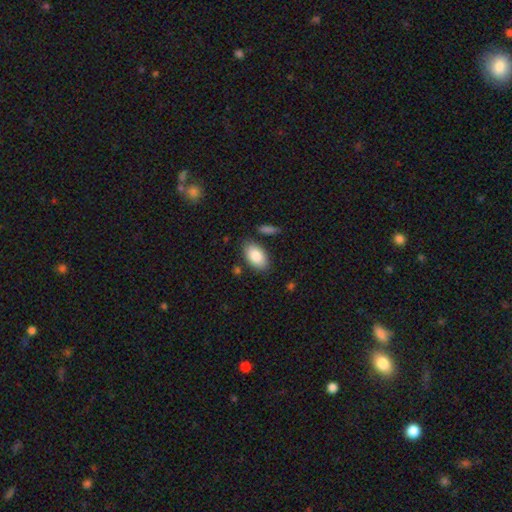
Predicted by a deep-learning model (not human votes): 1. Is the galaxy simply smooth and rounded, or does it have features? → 87% smooth, 7% featured or disk, 6% star or artifact.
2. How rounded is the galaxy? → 94% in between, 4% round, 2% cigar-shaped.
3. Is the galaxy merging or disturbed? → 82% none, 11% minor disturbance, 4% merger, 3% major disturbance.